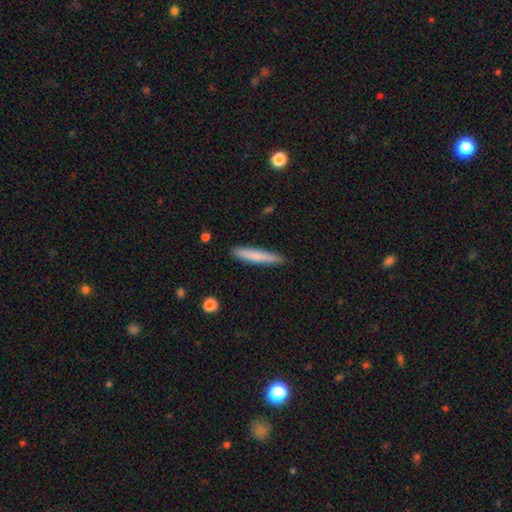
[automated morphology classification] A smooth galaxy with no disk features (77%) that is cigar-shaped (93%). Merging: none (87%).